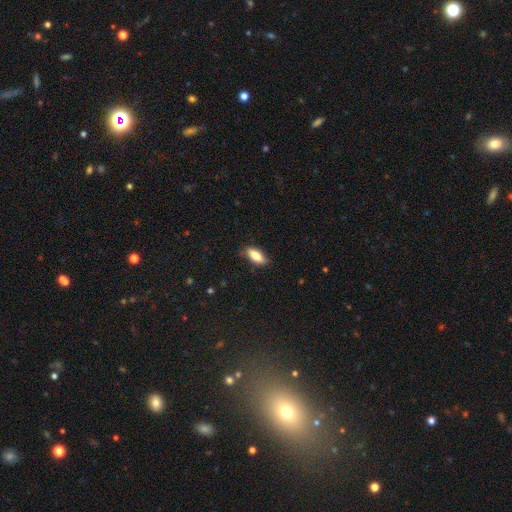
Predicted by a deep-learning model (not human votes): The model was most divided on "how rounded": in between: 77%, cigar-shaped: 20%, round: 2%. More confident: smooth or featured — smooth (84%); merging — none (80%).